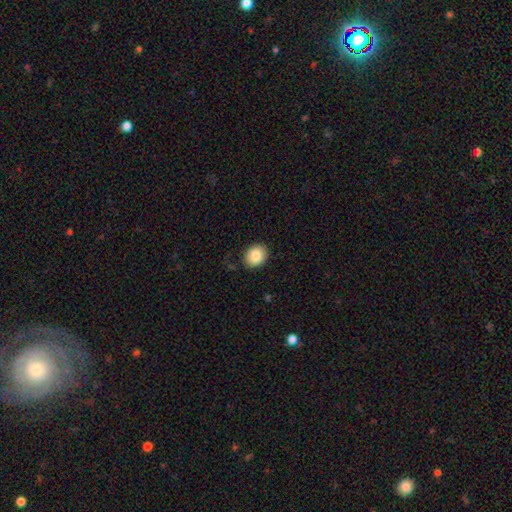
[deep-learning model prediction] Smooth or featured?
  - smooth: 85% *
  - star or artifact: 8%
  - featured or disk: 7%
How rounded?
  - in between: 52% *
  - round: 48%
  - cigar-shaped: 1%
Merging?
  - none: 86% *
  - minor disturbance: 11%
  - major disturbance: 3%
  - merger: 1%